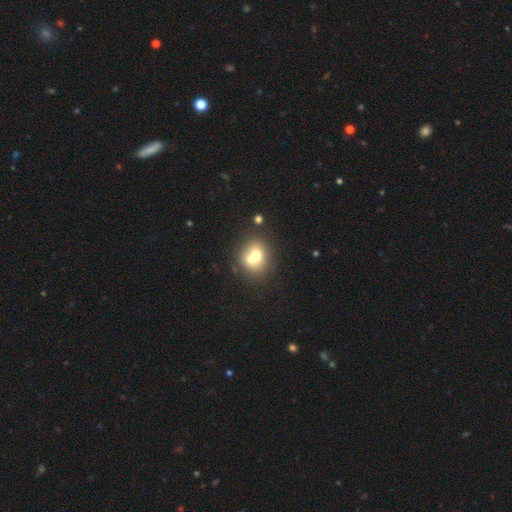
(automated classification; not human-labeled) smooth-or-featured: smooth: 66% | featured or disk: 23% | star or artifact: 11%
  how-rounded: round: 72% | in between: 27% | cigar-shaped: 1%
  merging: merger: 47% | none: 40% | minor disturbance: 9% | major disturbance: 4%